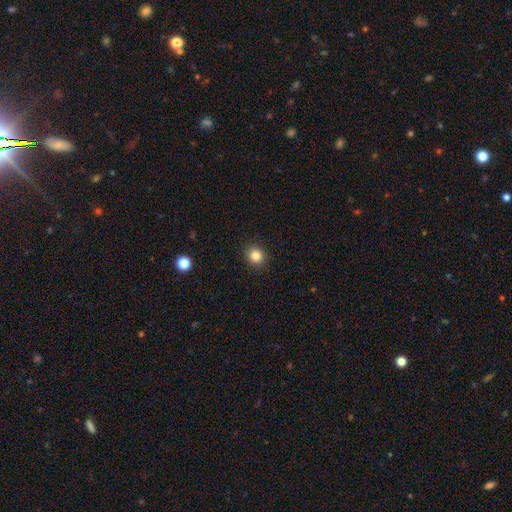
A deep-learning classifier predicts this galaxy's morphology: type=smooth (84%); roundness=round (77%); merging=none (91%).